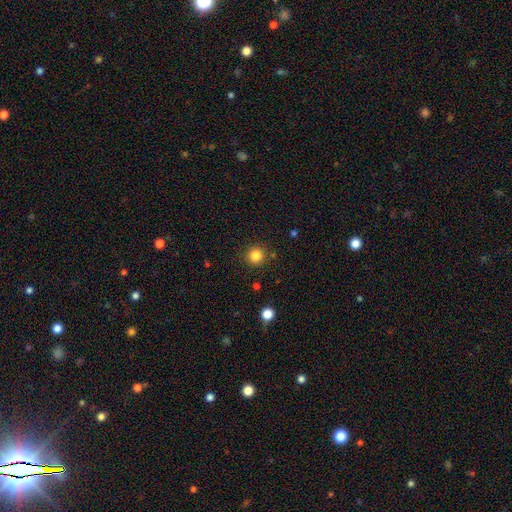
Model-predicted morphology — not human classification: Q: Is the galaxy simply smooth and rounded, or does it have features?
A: smooth — 84%.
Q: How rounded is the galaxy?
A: round — 95%.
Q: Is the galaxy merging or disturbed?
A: none — 90%.